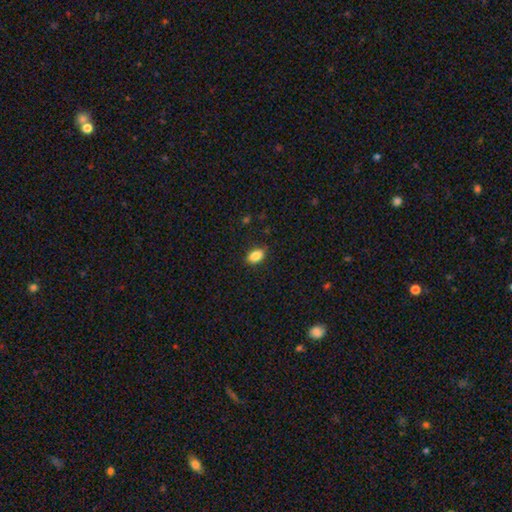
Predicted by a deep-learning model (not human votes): smooth_or_featured: smooth (p=0.87) [alt: star or artifact p=0.08]
how_rounded: in between (p=0.89) [alt: round p=0.09]
merging: none (p=0.85) [alt: minor disturbance p=0.12]